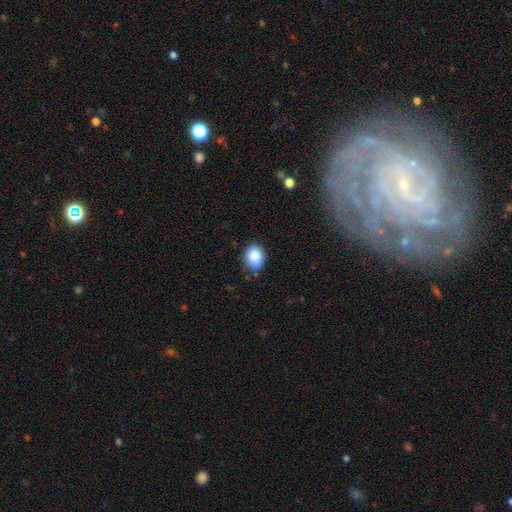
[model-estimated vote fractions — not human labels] The model was most divided on "how rounded": in between: 60%, round: 39%, cigar-shaped: 1%. More confident: smooth or featured — smooth (86%); merging — none (81%).